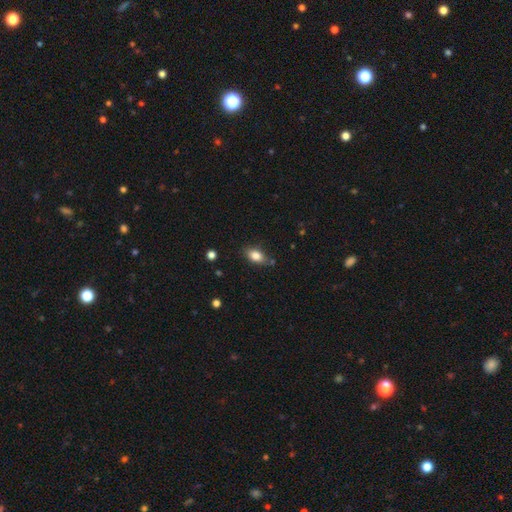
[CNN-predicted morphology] smooth 82%, featured or disk 10%, star or artifact 8%. Down the decision tree: how rounded — in between (86%); merging — none (74%).